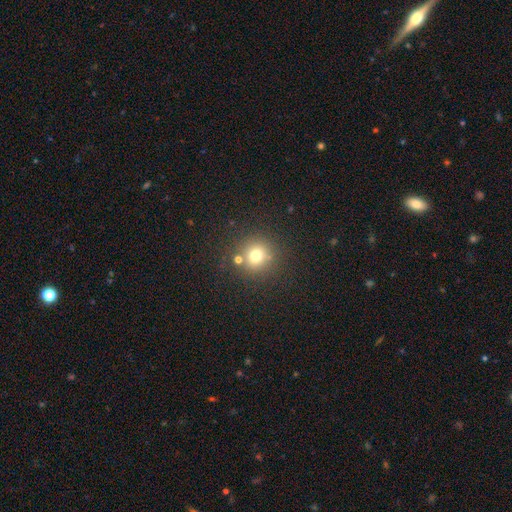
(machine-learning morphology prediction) This appears to be a smooth galaxy with no disk features (73%) that is round (91%). Merging: none (77%).